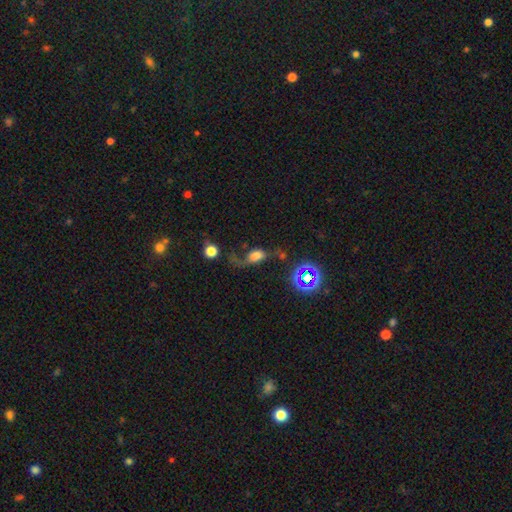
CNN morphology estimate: smooth 48%, featured or disk 36%, star or artifact 16%. Down the decision tree: merging — major disturbance (42%).